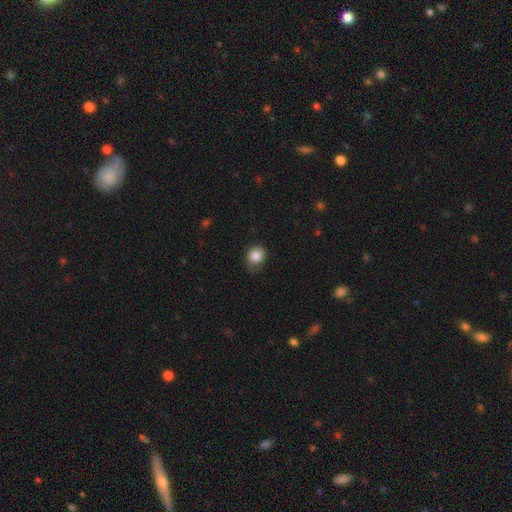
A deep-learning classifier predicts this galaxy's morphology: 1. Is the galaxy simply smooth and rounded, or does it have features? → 84% smooth, 9% star or artifact, 7% featured or disk.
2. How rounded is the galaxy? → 73% round, 27% in between, 1% cigar-shaped.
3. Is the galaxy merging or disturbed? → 70% none, 24% minor disturbance, 6% major disturbance, 1% merger.